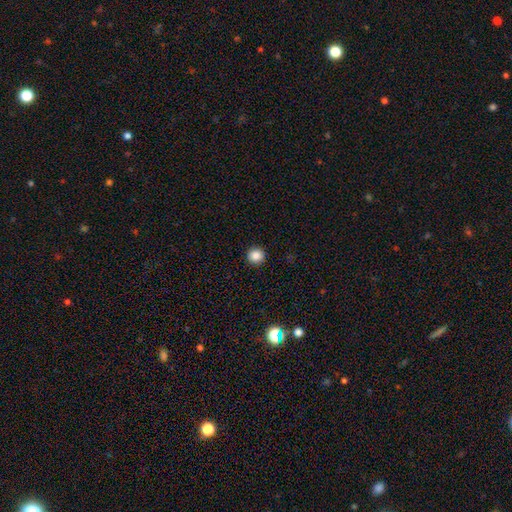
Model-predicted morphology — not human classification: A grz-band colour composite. It shows a smooth galaxy with no disk features (86%) that is round (95%). Merging: none (93%).